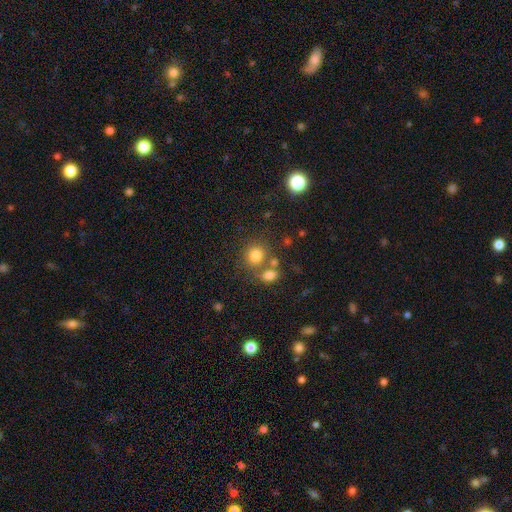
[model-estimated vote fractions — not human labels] smooth-or-featured: smooth: 79% | star or artifact: 13% | featured or disk: 8%
  how-rounded: round: 79% | in between: 20% | cigar-shaped: 1%
  merging: none: 60% | merger: 24% | minor disturbance: 11% | major disturbance: 5%